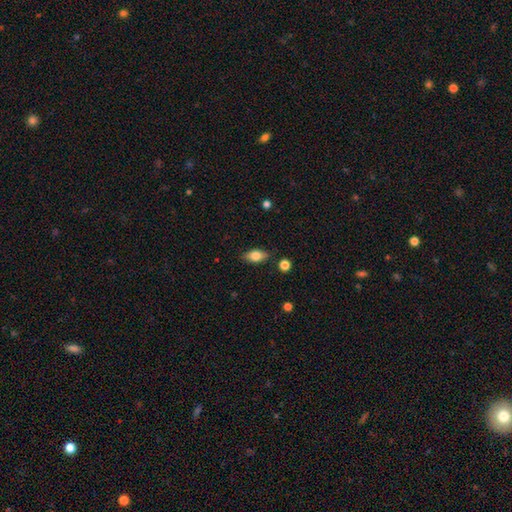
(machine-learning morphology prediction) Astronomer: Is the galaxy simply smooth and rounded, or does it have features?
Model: smooth — 77%.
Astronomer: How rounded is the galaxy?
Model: in between — 87%.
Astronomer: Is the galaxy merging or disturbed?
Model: none — 85%.